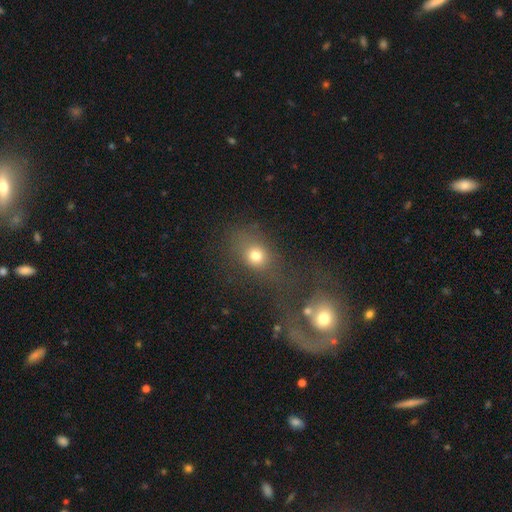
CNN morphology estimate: smooth 71%, star or artifact 17%, featured or disk 12%. Down the decision tree: how rounded — round (59%); merging — none (48%).